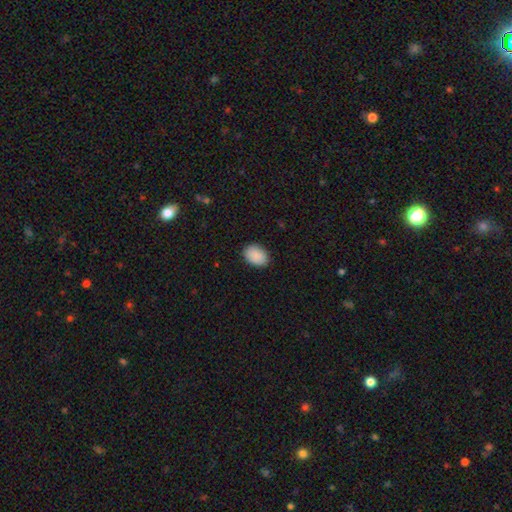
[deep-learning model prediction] Smooth or featured?
  - smooth: 91% *
  - star or artifact: 7%
  - featured or disk: 3%
How rounded?
  - in between: 79% *
  - round: 20%
  - cigar-shaped: 1%
Merging?
  - none: 87% *
  - minor disturbance: 10%
  - major disturbance: 2%
  - merger: 1%